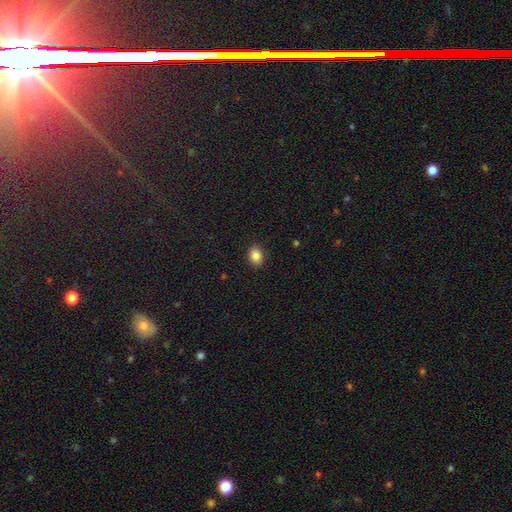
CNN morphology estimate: A smooth galaxy with no disk features (86%) that is in between round and cigar-shaped (65%). Merging: none (89%).